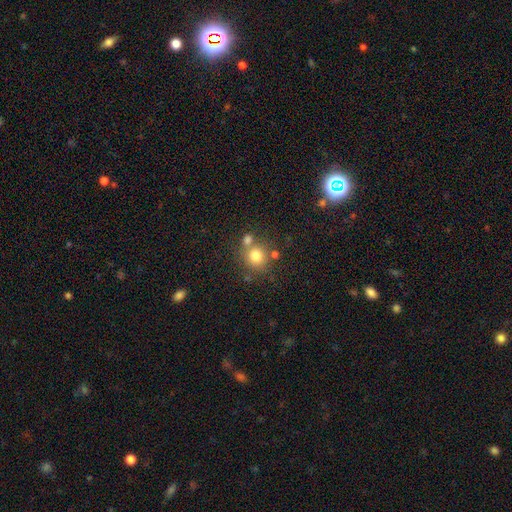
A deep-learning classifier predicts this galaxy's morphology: This appears to be a smooth galaxy with no disk features (77%) that is round (88%). Merging: none (62%).